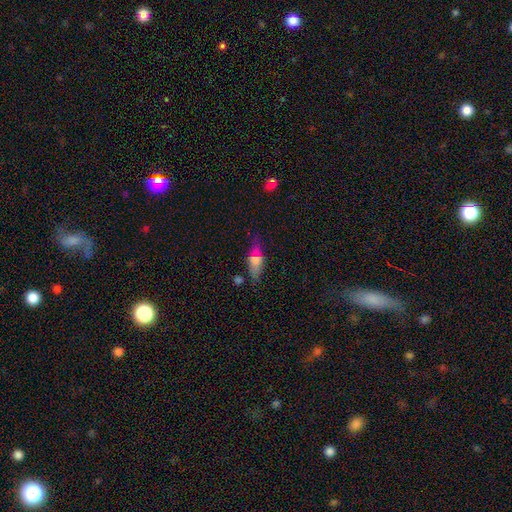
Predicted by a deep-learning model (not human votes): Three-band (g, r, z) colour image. It shows a smooth galaxy with no disk features (57%) that is in between round and cigar-shaped (56%). Merging: none (72%).